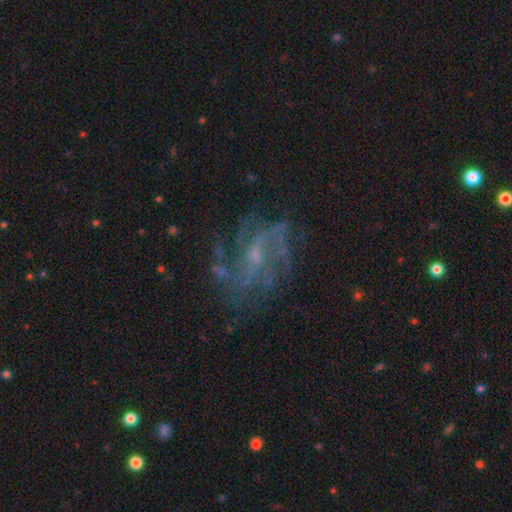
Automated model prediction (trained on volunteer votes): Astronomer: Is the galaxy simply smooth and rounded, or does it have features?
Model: featured or disk — 80%.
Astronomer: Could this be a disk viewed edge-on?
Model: no — 97%.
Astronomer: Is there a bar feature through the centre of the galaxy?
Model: weak — 50% (runner-up: no, 35%).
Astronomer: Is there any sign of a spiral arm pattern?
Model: yes — 92%.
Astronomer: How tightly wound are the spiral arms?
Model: medium — 46% (runner-up: loose, 28%).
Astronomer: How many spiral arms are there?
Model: can't tell — 26% (runner-up: 3, 22%).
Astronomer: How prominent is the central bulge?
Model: small — 57%.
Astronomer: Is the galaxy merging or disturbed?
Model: none — 69%.